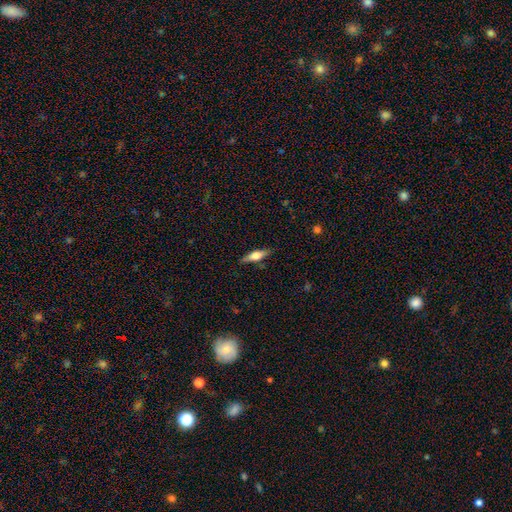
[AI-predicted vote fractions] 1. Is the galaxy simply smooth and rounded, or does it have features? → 53% featured or disk, 40% smooth, 6% star or artifact.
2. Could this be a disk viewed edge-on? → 94% yes, 6% no.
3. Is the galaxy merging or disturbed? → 84% none, 12% minor disturbance, 2% major disturbance, 1% merger.